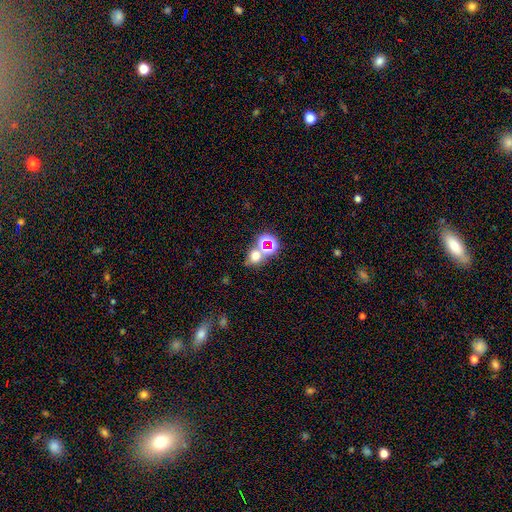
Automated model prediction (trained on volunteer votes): Smooth or featured? Predicted: smooth (p=0.58). How rounded? Predicted: round (p=0.72). Merging? Predicted: none (p=0.51).